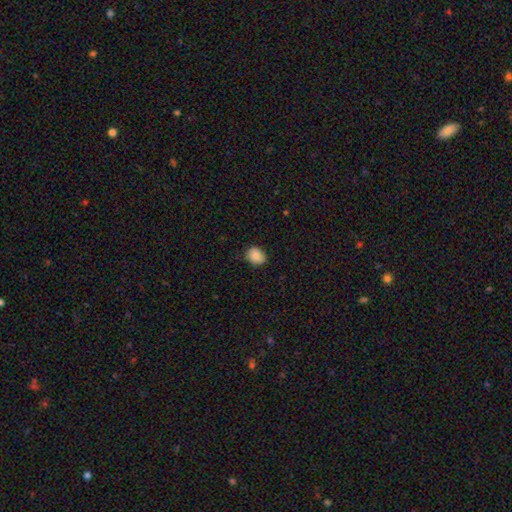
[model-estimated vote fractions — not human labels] Overall: smooth (88%). How rounded: in between (53%; round 46%). Merging: none (78%).